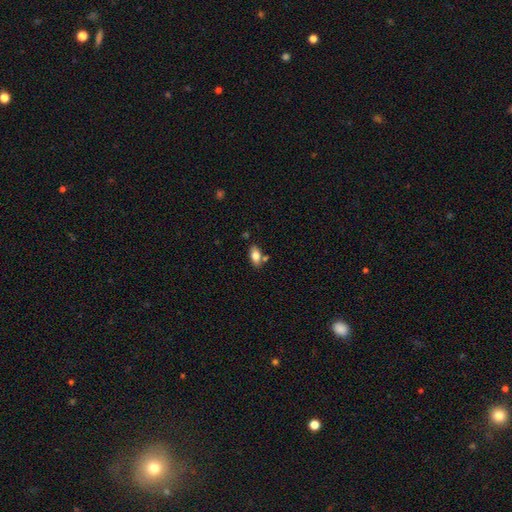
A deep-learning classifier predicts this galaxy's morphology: Smooth or featured? smooth (78%)
How rounded? in between (89%)
Merging? none (72%)